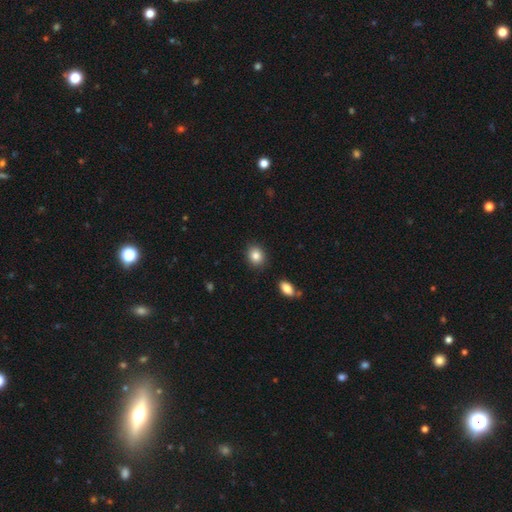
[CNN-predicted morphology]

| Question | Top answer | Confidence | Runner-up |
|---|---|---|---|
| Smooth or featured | smooth | 85% | star or artifact (9%) |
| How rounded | round | 62% | in between (37%) |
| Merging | none | 88% | minor disturbance (8%) |